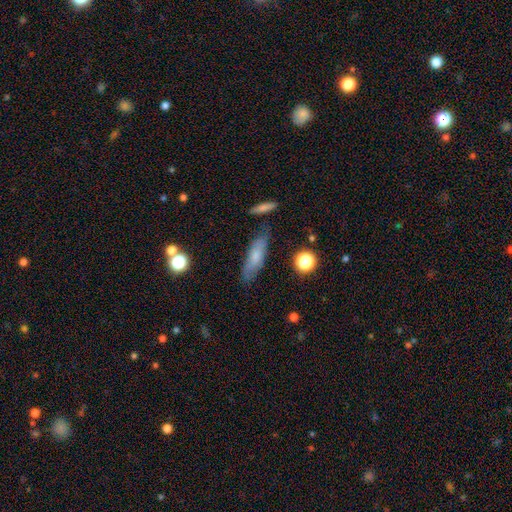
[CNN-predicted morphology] Smooth or featured?
  - smooth: 65% *
  - featured or disk: 26%
  - star or artifact: 8%
How rounded?
  - cigar-shaped: 53% *
  - in between: 44%
  - round: 3%
Merging?
  - none: 75% *
  - minor disturbance: 17%
  - major disturbance: 5%
  - merger: 4%